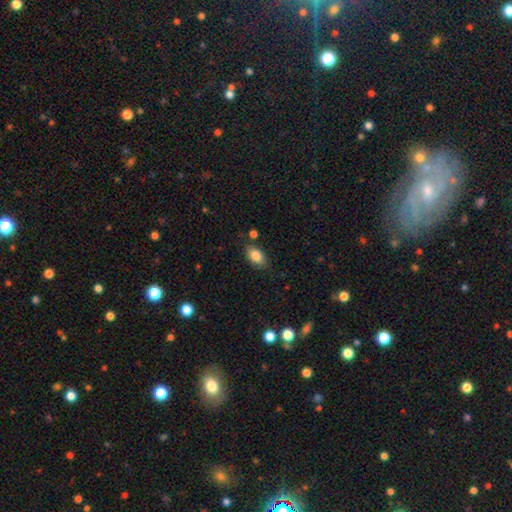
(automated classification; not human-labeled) Smooth or featured?
  - smooth: 83% *
  - featured or disk: 9%
  - star or artifact: 8%
How rounded?
  - in between: 87% *
  - round: 10%
  - cigar-shaped: 2%
Merging?
  - none: 79% *
  - minor disturbance: 15%
  - merger: 3%
  - major disturbance: 3%